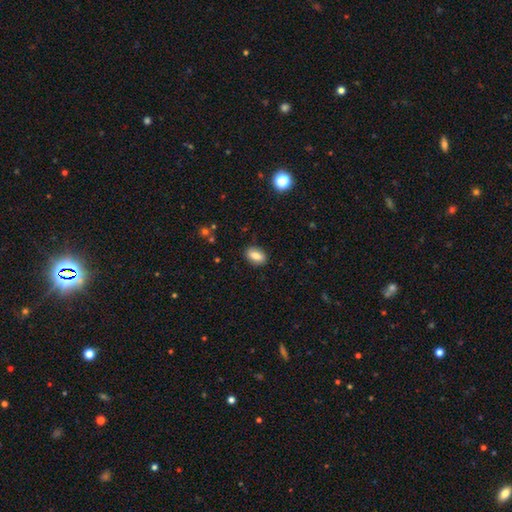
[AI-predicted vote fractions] smooth 81%, featured or disk 11%, star or artifact 8%. Down the decision tree: how rounded — in between (88%); merging — none (86%).